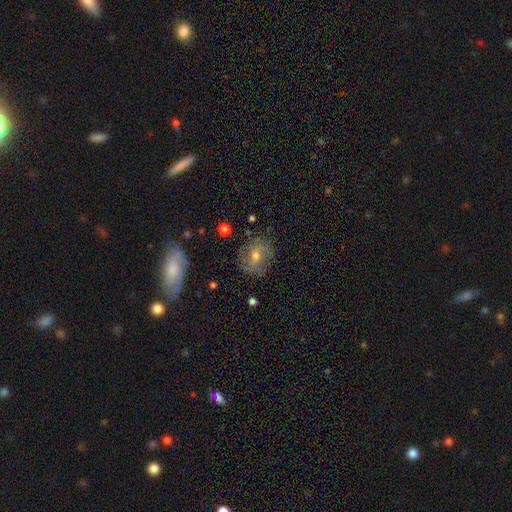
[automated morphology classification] featured or disk 52%, smooth 36%, star or artifact 12%. Down the decision tree: edge-on disk — no (94%); merging — none (76%).